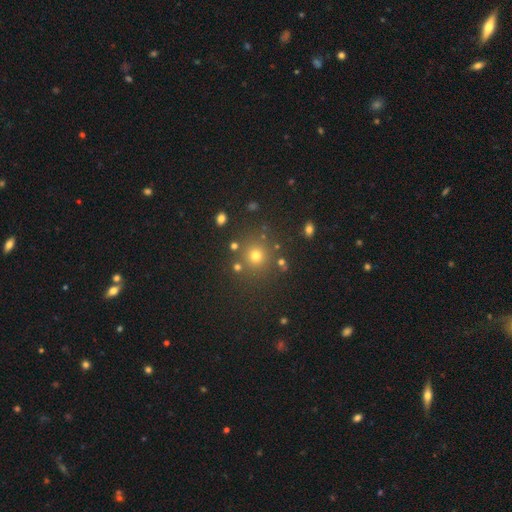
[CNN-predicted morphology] Q: Smooth or featured?
A: smooth (68%); runner-up: star or artifact (24%)
Q: How rounded?
A: round (92%); runner-up: in between (7%)
Q: Merging?
A: none (83%); runner-up: minor disturbance (8%)